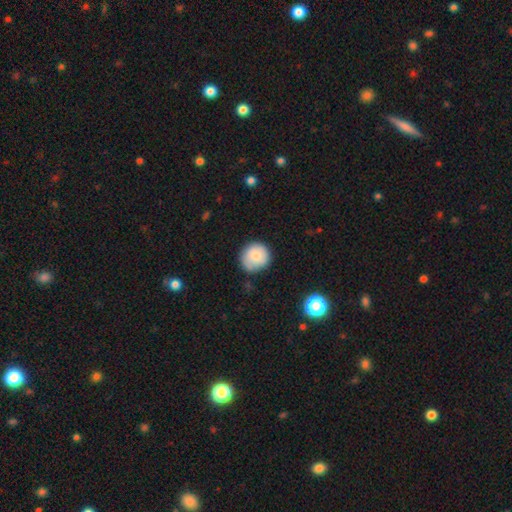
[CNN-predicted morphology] Q: Smooth or featured?
A: smooth (76%); runner-up: featured or disk (17%)
Q: How rounded?
A: round (90%); runner-up: in between (9%)
Q: Merging?
A: none (70%); runner-up: minor disturbance (23%)